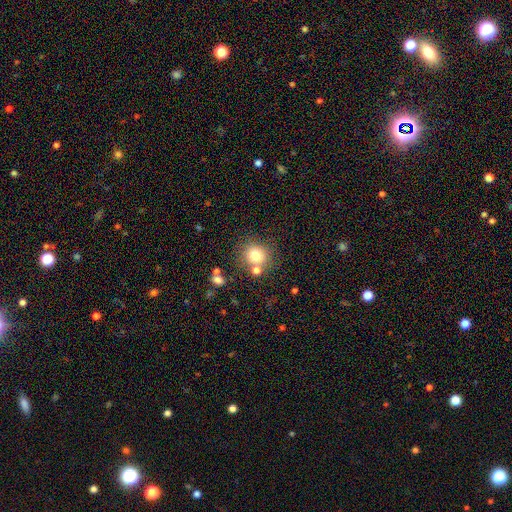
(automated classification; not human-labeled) Smooth or featured? Predicted: smooth (p=0.78). How rounded? Predicted: round (p=0.84). Merging? Predicted: none (p=0.71).